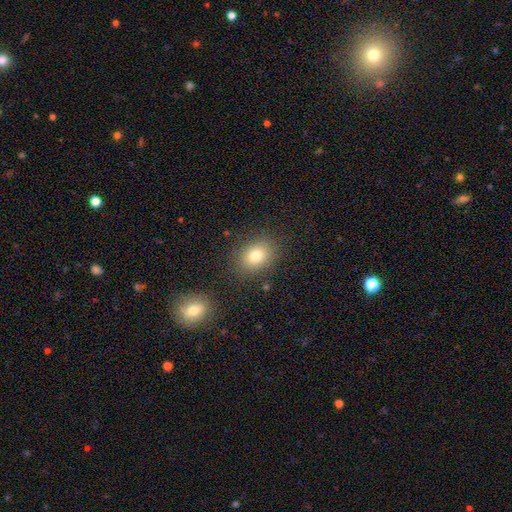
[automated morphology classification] This appears to be a smooth galaxy with no disk features (78%) that is in between round and cigar-shaped (63%). Merging: none (83%).